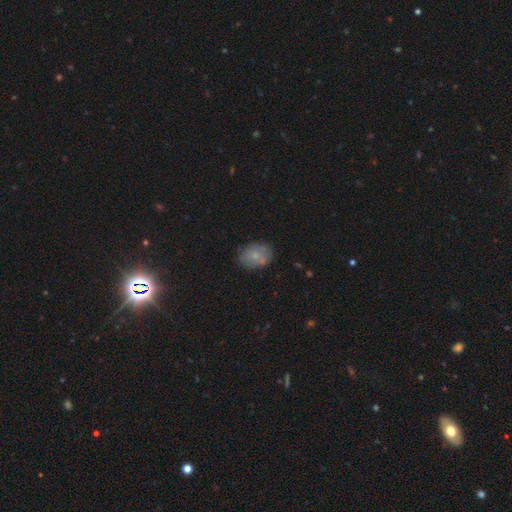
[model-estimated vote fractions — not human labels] A smooth galaxy with no disk features (69%) that is in between round and cigar-shaped (66%).

Vote fractions:
- Smooth or featured? smooth: 69% / featured or disk: 22% / star or artifact: 9%
- How rounded? in between: 66% / round: 32% / cigar-shaped: 1%
- Merging? none: 72% / minor disturbance: 17% / merger: 7% / major disturbance: 4%